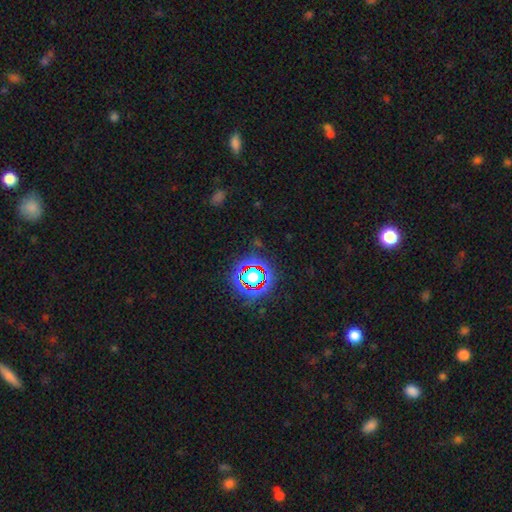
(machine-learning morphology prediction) type=star or artifact (79%).